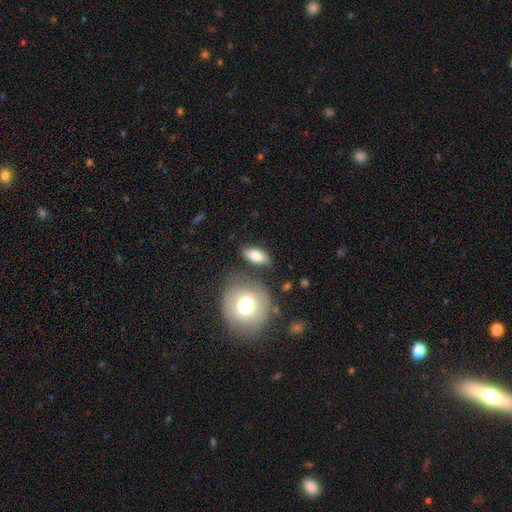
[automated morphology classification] smooth_or_featured: smooth (p=0.78) [alt: featured or disk p=0.15]
how_rounded: in between (p=0.85) [alt: cigar-shaped p=0.07]
merging: none (p=0.71) [alt: minor disturbance p=0.17]